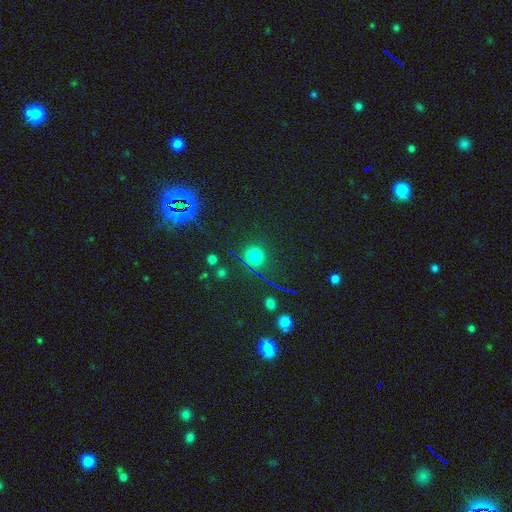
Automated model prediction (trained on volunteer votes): Smooth or featured: smooth — 64% (star or artifact — 30%)
How rounded: round — 89% (in between — 9%)
Merging: none — 85% (minor disturbance — 9%)